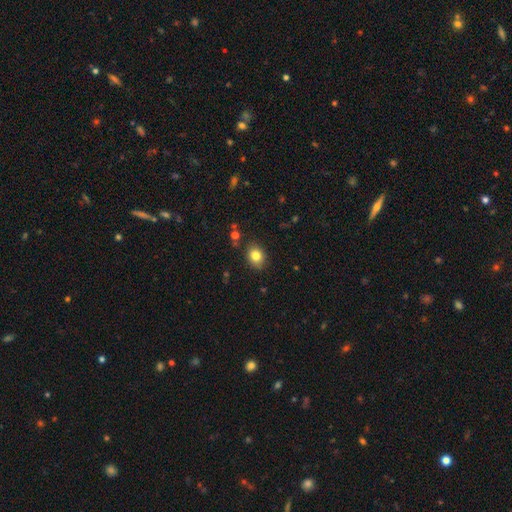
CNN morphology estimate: This appears to be a smooth galaxy with no disk features (82%) that is in between round and cigar-shaped (53%). Merging: none (85%).